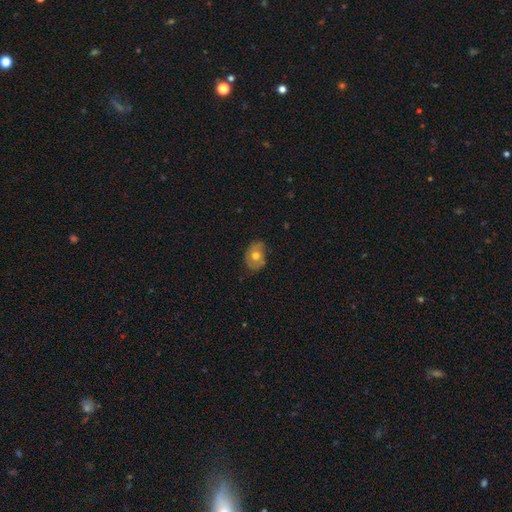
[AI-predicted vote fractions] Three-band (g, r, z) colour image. It shows a smooth galaxy with no disk features (60%) that is in between round and cigar-shaped (61%). Merging: none (65%).